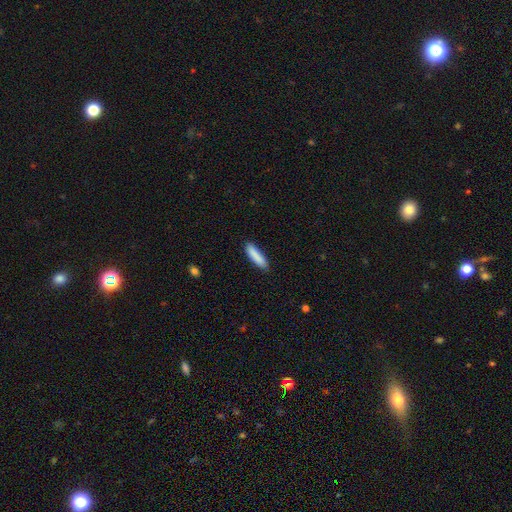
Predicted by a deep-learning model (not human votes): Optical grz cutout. It shows a smooth galaxy with no disk features (88%) that is cigar-shaped (74%). Merging: none (86%).